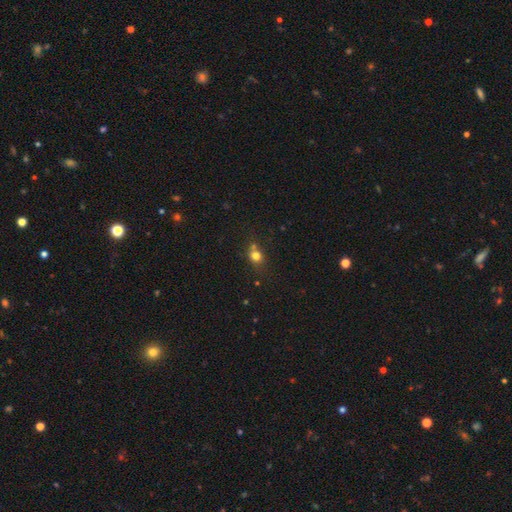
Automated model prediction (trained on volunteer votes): Smooth or featured? Predicted: smooth (p=0.75). How rounded? Predicted: round (p=0.70). Merging? Predicted: none (p=0.55).